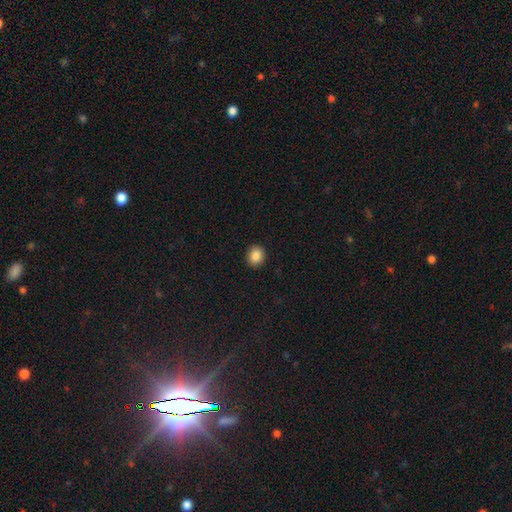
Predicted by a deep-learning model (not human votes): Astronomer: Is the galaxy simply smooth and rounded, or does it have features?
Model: smooth — 87%.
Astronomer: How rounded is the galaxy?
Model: round — 71%.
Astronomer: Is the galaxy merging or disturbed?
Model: none — 92%.